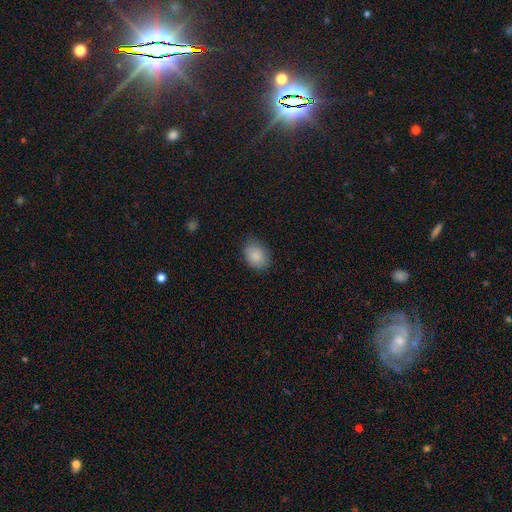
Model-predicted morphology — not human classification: smooth_or_featured: smooth (p=0.86) [alt: star or artifact p=0.08]
how_rounded: in between (p=0.74) [alt: round p=0.25]
merging: none (p=0.77) [alt: minor disturbance p=0.19]